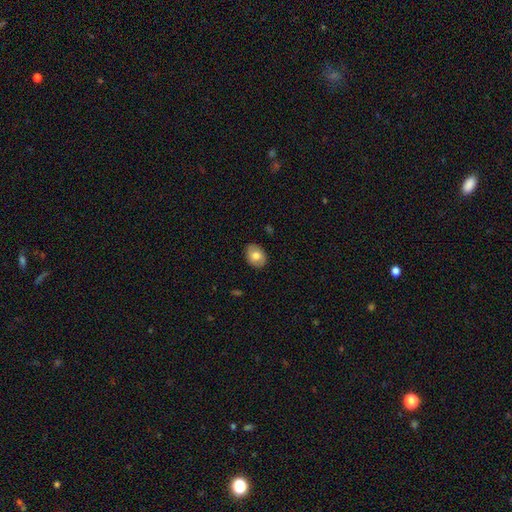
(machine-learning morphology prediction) This is likely a smooth galaxy (77%). How rounded: likely in between (71%). Merging: clearly none (87%).